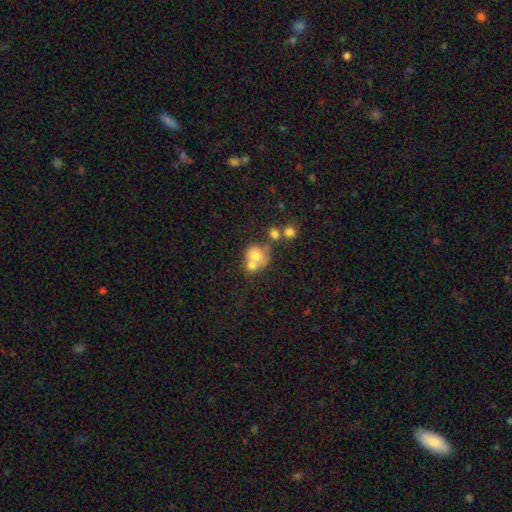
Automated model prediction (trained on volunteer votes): Smooth or featured? smooth (68%)
How rounded? round (72%)
Merging? merger (56%)